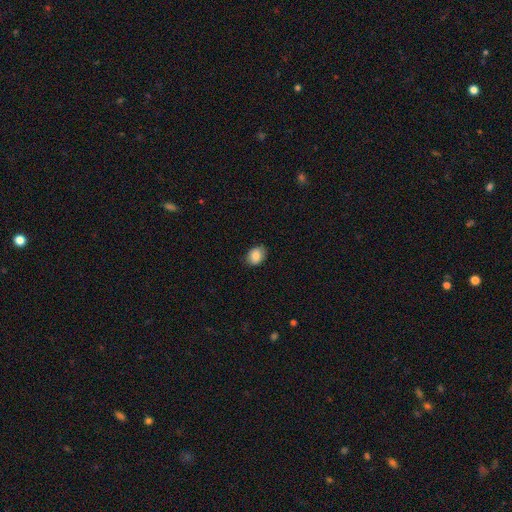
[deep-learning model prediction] Smooth or featured: smooth — 85% (star or artifact — 8%)
How rounded: in between — 68% (round — 30%)
Merging: none — 83% (minor disturbance — 14%)